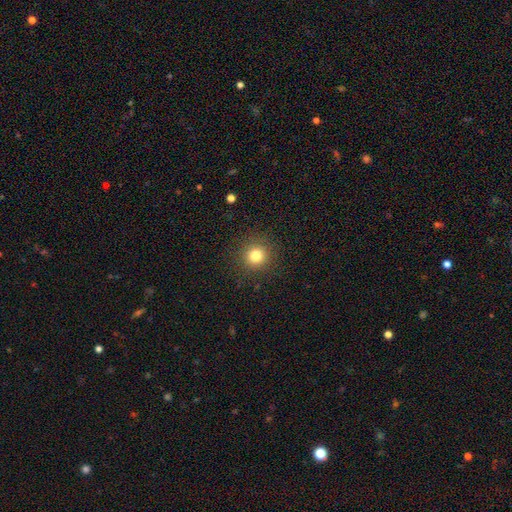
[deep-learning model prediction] Smooth or featured: smooth — 80% (star or artifact — 14%)
How rounded: round — 94% (in between — 5%)
Merging: none — 91% (minor disturbance — 6%)